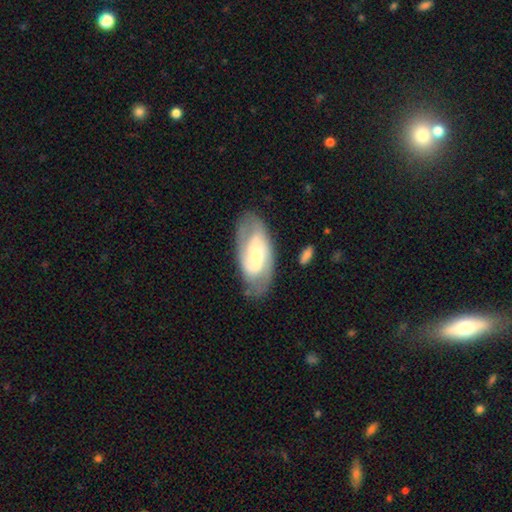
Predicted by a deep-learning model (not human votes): Smooth or featured?
  - featured or disk: 71% *
  - smooth: 23%
  - star or artifact: 6%
Edge-on disk?
  - no: 94% *
  - yes: 6%
Bar?
  - no: 48% *
  - weak: 38%
  - strong: 14%
Spiral arms?
  - yes: 89% *
  - no: 11%
Spiral winding?
  - medium: 45% *
  - tight: 35%
  - loose: 20%
Spiral arm count?
  - 2: 68% *
  - can't tell: 18%
  - 3: 7%
  - 1: 4%
  - 4: 2%
  - more than 4: 2%
Bulge size?
  - small: 52% *
  - moderate: 39%
  - large: 5%
  - none: 2%
  - dominant: 1%
Merging?
  - none: 73% *
  - minor disturbance: 18%
  - major disturbance: 6%
  - merger: 2%